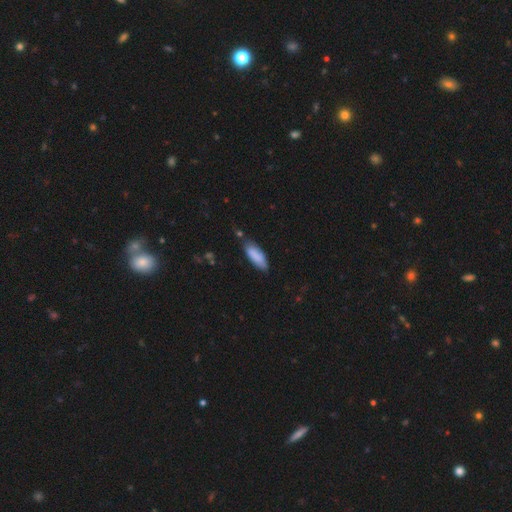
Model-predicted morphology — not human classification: Smooth or featured? smooth (85%)
How rounded? in between (67%)
Merging? none (68%)